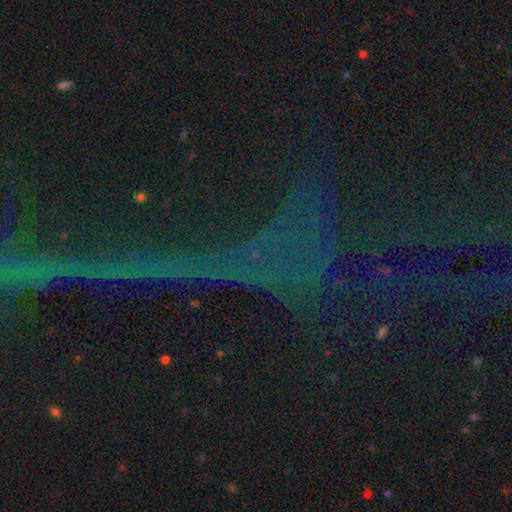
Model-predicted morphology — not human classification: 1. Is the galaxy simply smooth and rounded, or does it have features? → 80% star or artifact, 11% featured or disk, 9% smooth.